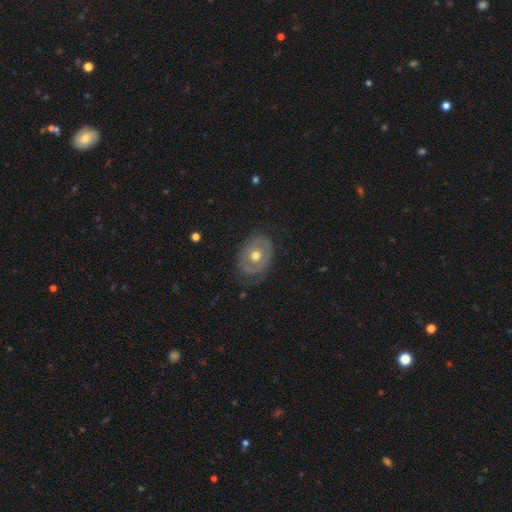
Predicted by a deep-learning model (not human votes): Smooth or featured: featured or disk — 60% (smooth — 33%)
Edge-on disk: no — 94% (yes — 6%)
Bar: no — 87% (weak — 10%)
Spiral arms: no — 61% (yes — 39%)
Bulge size: moderate — 80% (small — 13%)
Merging: none — 67% (minor disturbance — 22%)